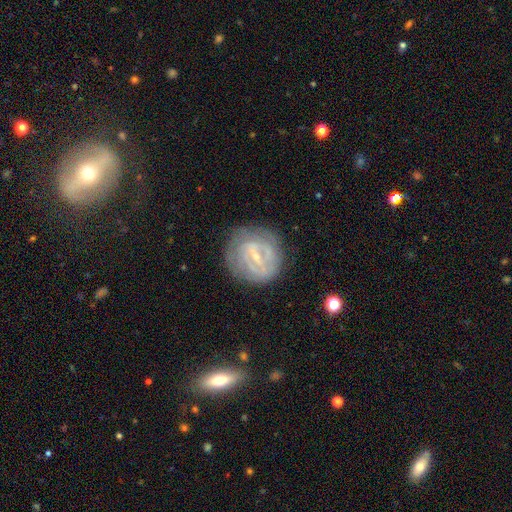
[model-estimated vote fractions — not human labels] featured or disk 69%, smooth 22%, star or artifact 9%. Down the decision tree: edge-on disk — no (95%); bar — weak (46%); spiral arms — yes (67%); bulge size — small (71%); merging — none (74%).